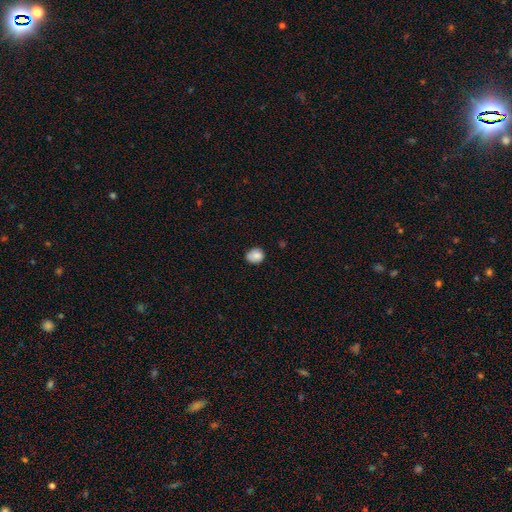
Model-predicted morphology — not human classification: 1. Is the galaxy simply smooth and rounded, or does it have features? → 85% smooth, 9% star or artifact, 6% featured or disk.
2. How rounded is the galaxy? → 65% round, 35% in between, 1% cigar-shaped.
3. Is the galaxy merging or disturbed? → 73% none, 22% minor disturbance, 4% major disturbance, 1% merger.